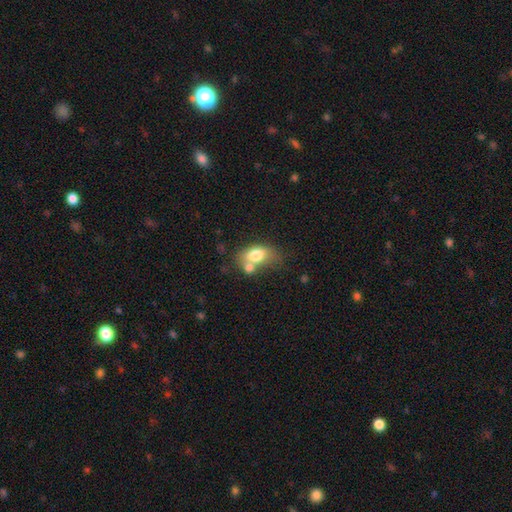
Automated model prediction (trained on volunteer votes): smooth 73%, featured or disk 19%, star or artifact 8%. Down the decision tree: how rounded — in between (83%); merging — merger (40%).